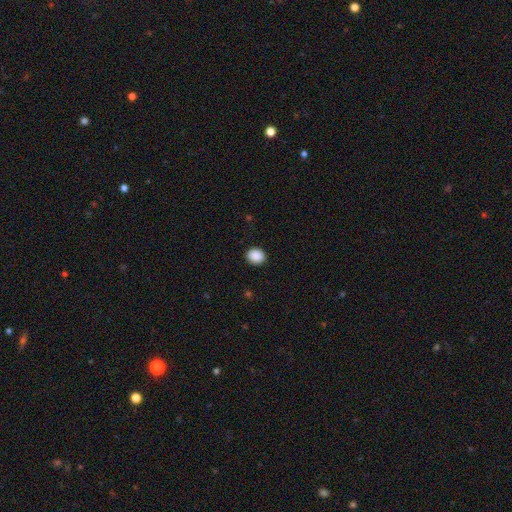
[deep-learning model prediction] smooth_or_featured: smooth (p=0.89) [alt: star or artifact p=0.08]
how_rounded: round (p=0.64) [alt: in between p=0.35]
merging: none (p=0.91) [alt: minor disturbance p=0.07]